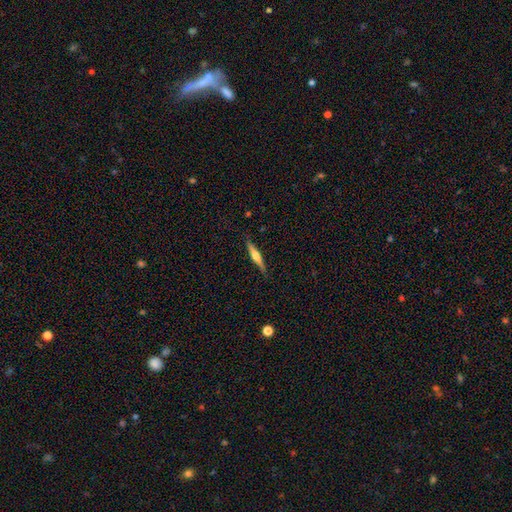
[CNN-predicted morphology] Smooth or featured? Predicted: featured or disk (p=0.66). Edge-on disk? Predicted: yes (p=0.98). Edge-on bulge? Predicted: rounded (p=0.89). Merging? Predicted: none (p=0.88).